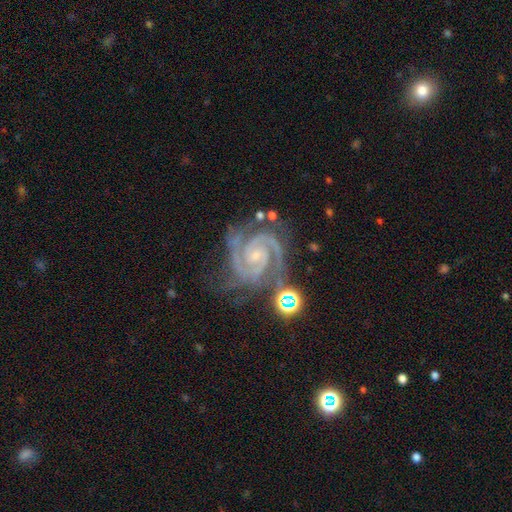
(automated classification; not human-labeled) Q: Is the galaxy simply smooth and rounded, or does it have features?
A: featured or disk — 93%.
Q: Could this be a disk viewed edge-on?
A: no — 98%.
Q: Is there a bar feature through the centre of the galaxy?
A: no — 58%.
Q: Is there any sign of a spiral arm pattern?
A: yes — 99%.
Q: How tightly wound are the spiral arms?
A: tight — 70%.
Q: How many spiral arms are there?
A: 2 — 73%.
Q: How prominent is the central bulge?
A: small — 76%.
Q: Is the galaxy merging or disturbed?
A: none — 63%.